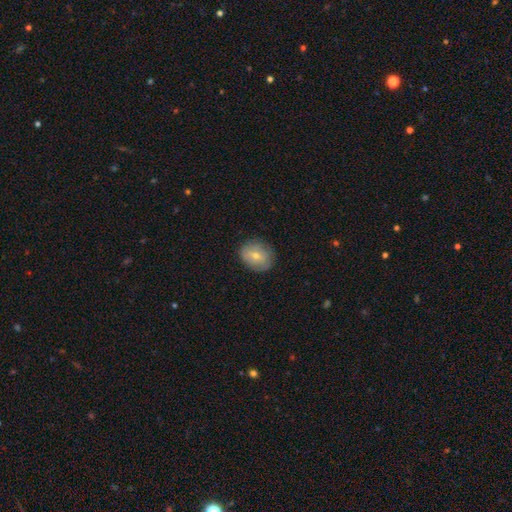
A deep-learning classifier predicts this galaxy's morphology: This is possibly a smooth galaxy (59%). How rounded: likely round (64%). Merging: likely none (80%).